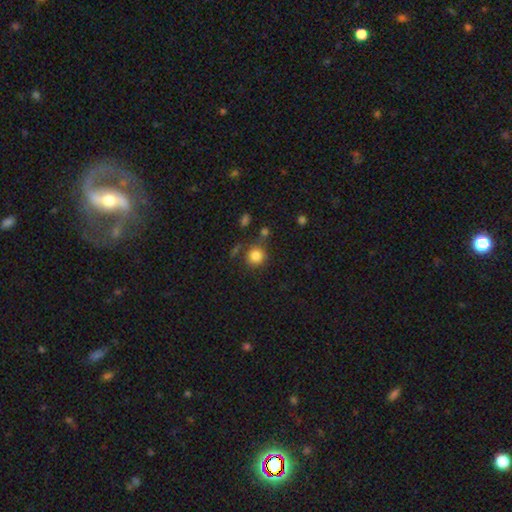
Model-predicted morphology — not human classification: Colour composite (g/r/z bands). It shows a smooth galaxy with no disk features (84%) that is round (91%). Merging: none (71%).